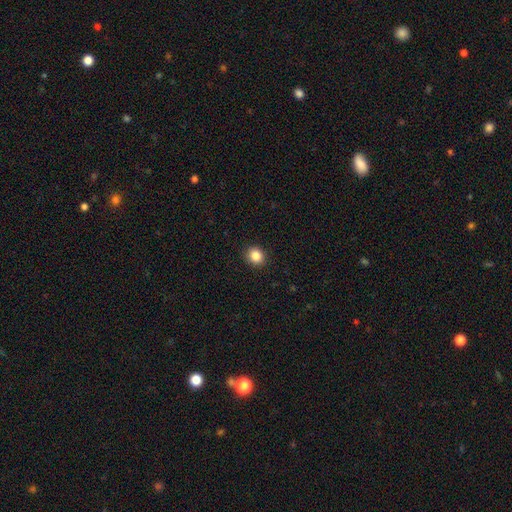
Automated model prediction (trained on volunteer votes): A smooth galaxy with no disk features (86%) that is round (82%).

Vote fractions:
- Smooth or featured? smooth: 86% / star or artifact: 10% / featured or disk: 4%
- How rounded? round: 82% / in between: 17% / cigar-shaped: 1%
- Merging? none: 92% / minor disturbance: 6% / major disturbance: 2% / merger: 1%